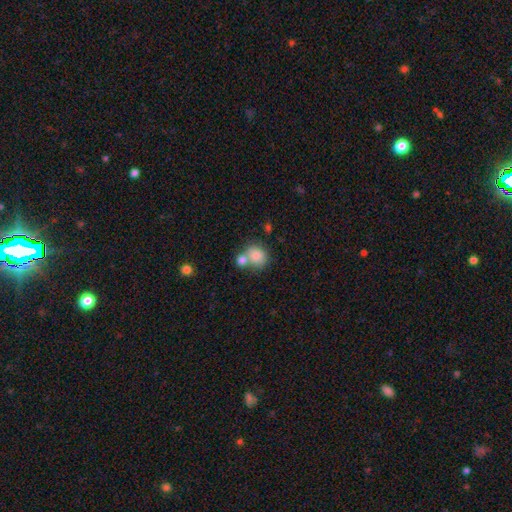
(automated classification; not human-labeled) Overall: smooth (81%). How rounded: round (74%). Merging: none (45%; merger 39%).